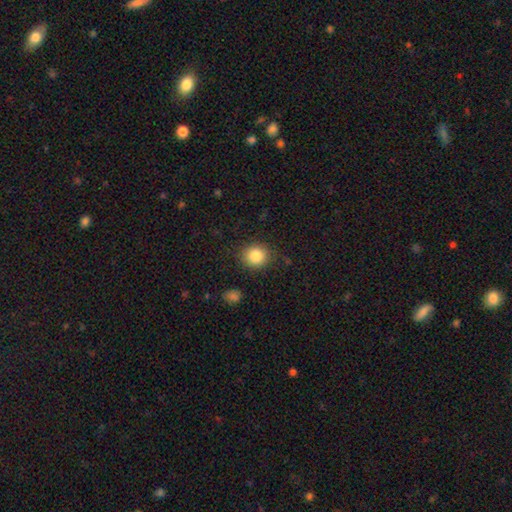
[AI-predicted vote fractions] This is clearly a smooth galaxy (85%). How rounded: clearly round (85%). Merging: clearly none (86%).